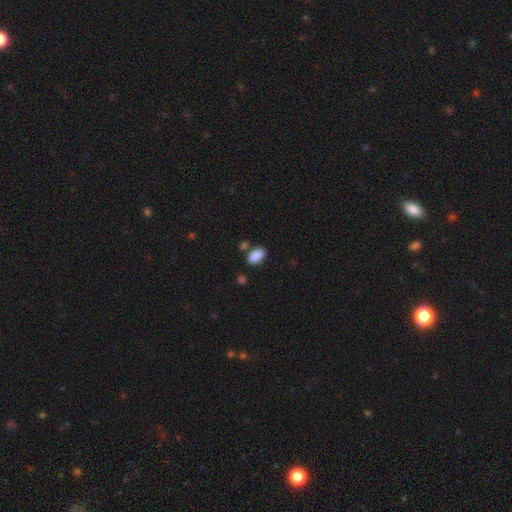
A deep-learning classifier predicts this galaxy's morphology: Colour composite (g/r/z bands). It shows a smooth galaxy with no disk features (89%) that is in between round and cigar-shaped (92%). Merging: none (74%).